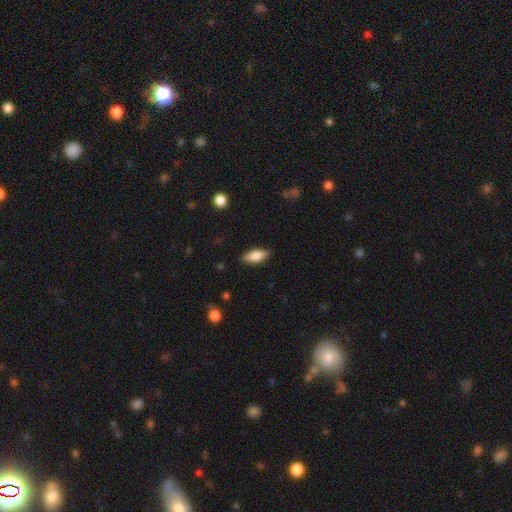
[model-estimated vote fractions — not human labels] smooth-or-featured: smooth: 76% | featured or disk: 18% | star or artifact: 6%
  how-rounded: in between: 77% | cigar-shaped: 20% | round: 2%
  merging: none: 88% | minor disturbance: 9% | major disturbance: 2% | merger: 1%